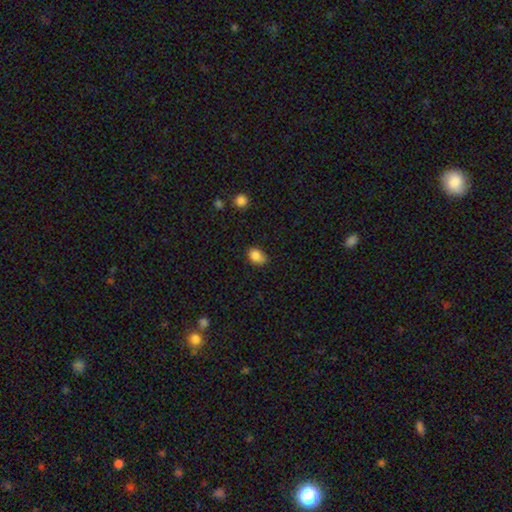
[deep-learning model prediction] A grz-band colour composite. It shows a smooth galaxy with no disk features (85%) that is in between round and cigar-shaped (71%). Merging: none (61%).